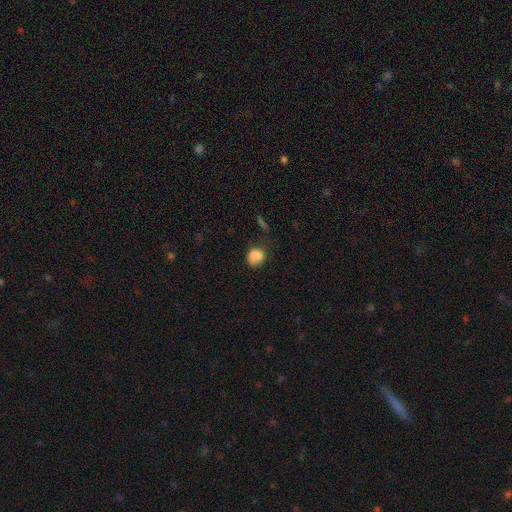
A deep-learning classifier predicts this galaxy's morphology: Smooth or featured?
  - smooth: 82% *
  - star or artifact: 10%
  - featured or disk: 8%
How rounded?
  - round: 63% *
  - in between: 36%
  - cigar-shaped: 1%
Merging?
  - none: 53% *
  - minor disturbance: 29%
  - major disturbance: 13%
  - merger: 6%